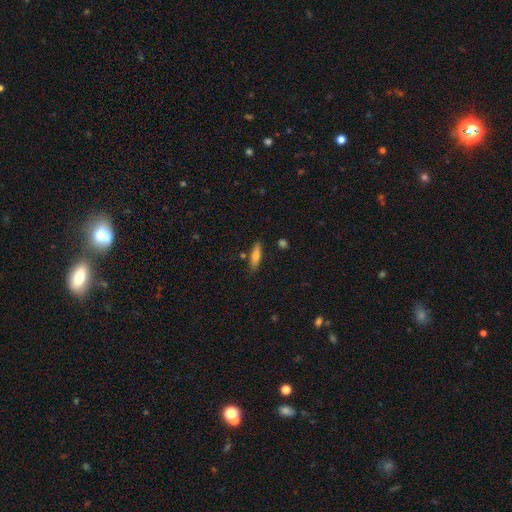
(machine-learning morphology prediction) Overall: smooth (68%). How rounded: cigar-shaped (65%; in between 32%). Merging: none (82%).